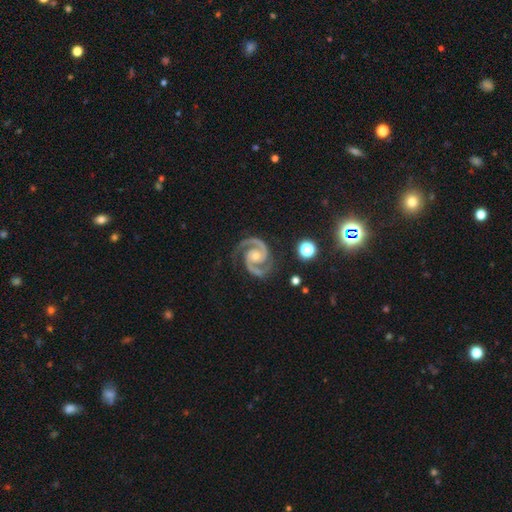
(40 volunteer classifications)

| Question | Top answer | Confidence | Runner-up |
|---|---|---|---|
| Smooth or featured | featured or disk | 95% | smooth (2%) |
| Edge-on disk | no | 100% | — |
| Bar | no | 68% | weak (29%) |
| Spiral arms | yes | 100% | — |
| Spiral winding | medium | 53% | tight (47%) |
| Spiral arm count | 2 | 100% | — |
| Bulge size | moderate | 50% | small (42%) |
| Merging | none | 85% | minor disturbance (13%) |